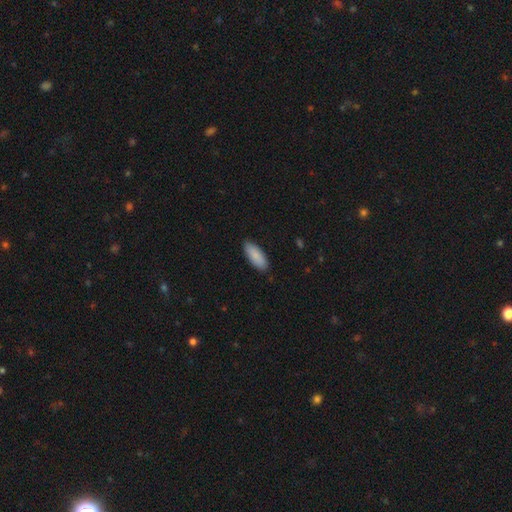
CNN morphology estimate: A smooth galaxy with no disk features (88%) that is in between round and cigar-shaped (80%).

Vote fractions:
- Smooth or featured? smooth: 88% / featured or disk: 7% / star or artifact: 5%
- How rounded? in between: 80% / cigar-shaped: 18% / round: 1%
- Merging? none: 87% / minor disturbance: 11% / major disturbance: 2% / merger: 1%